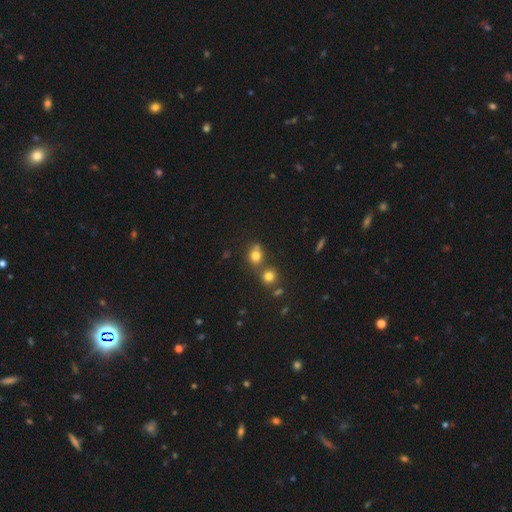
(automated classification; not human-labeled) A smooth galaxy with no disk features (77%) that is round (65%). Merging: none (52%).